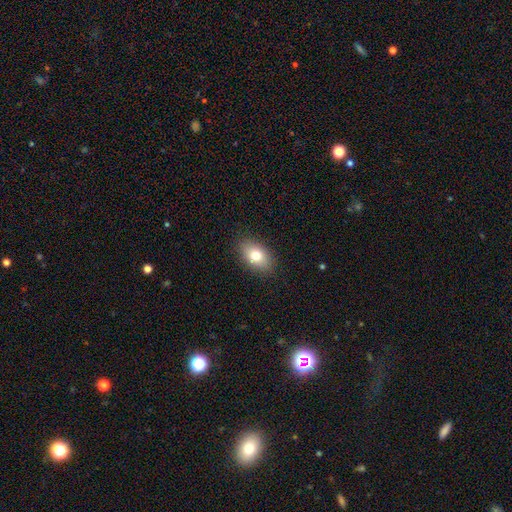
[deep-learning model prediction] smooth-or-featured: smooth: 79% | featured or disk: 13% | star or artifact: 8%
  how-rounded: in between: 88% | round: 10% | cigar-shaped: 2%
  merging: none: 87% | minor disturbance: 9% | major disturbance: 2% | merger: 1%